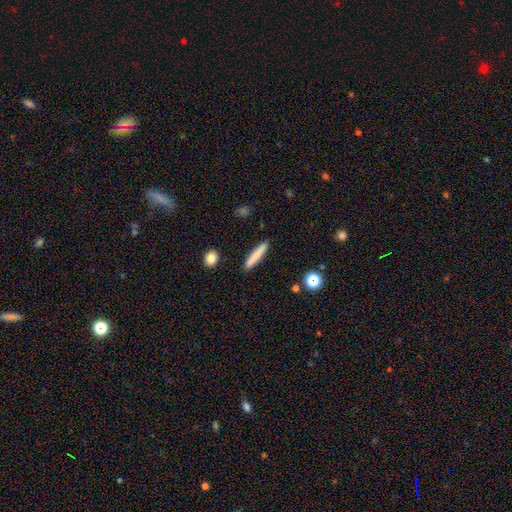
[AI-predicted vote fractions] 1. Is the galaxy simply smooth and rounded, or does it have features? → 78% smooth, 15% featured or disk, 7% star or artifact.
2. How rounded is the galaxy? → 93% cigar-shaped, 5% in between, 1% round.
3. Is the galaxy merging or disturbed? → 90% none, 7% minor disturbance, 2% major disturbance, 2% merger.